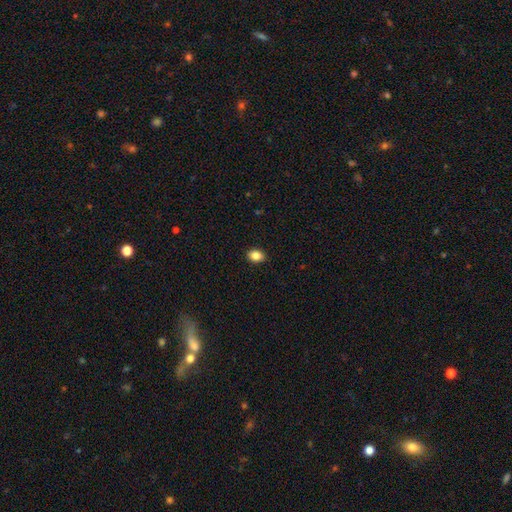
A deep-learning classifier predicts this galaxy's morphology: type=smooth (87%); roundness=in between (73%); merging=none (90%).